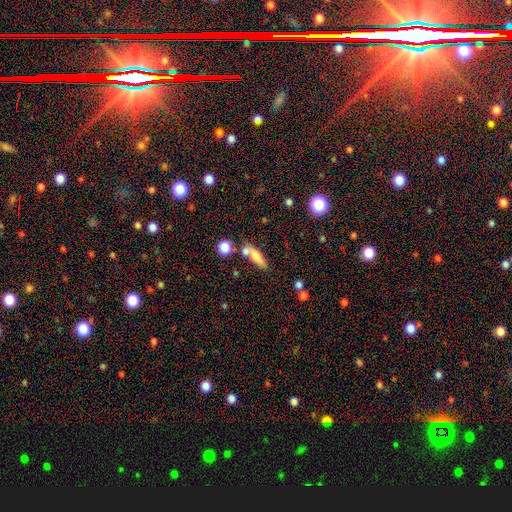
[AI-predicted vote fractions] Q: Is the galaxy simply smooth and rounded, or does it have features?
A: smooth — 66%.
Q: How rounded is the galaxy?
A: cigar-shaped — 57%.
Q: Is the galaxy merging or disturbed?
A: none — 57%.